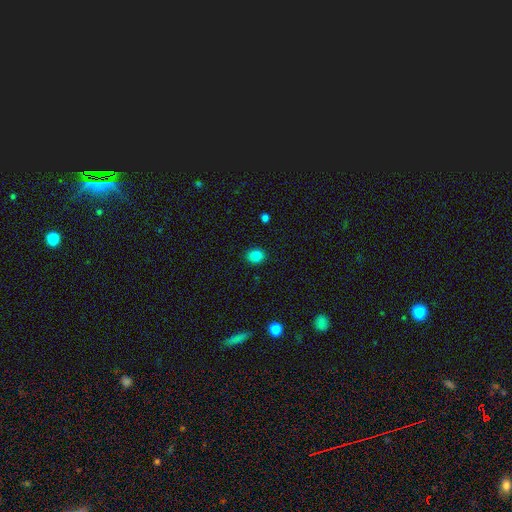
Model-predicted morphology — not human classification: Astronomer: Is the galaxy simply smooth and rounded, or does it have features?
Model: smooth — 85%.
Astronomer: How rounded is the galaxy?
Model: round — 55% (runner-up: in between, 45%).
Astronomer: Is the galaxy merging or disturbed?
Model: none — 89%.